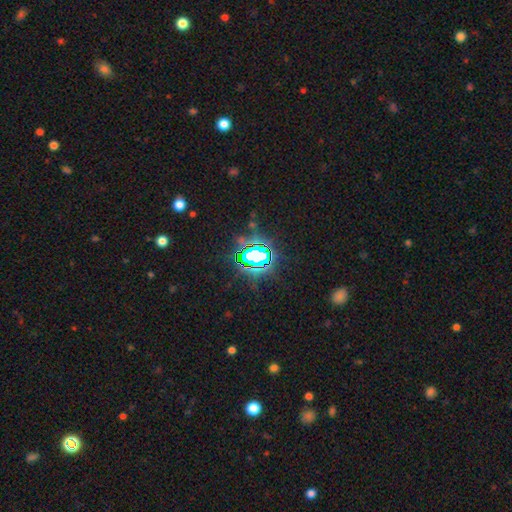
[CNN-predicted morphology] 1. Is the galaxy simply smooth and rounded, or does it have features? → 76% star or artifact, 13% smooth, 10% featured or disk.